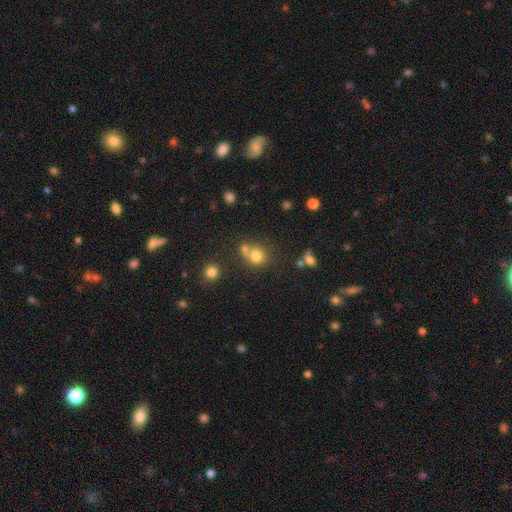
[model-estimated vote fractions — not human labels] Morphology: type=smooth (76%); roundness=round (85%); merging=none (52%).